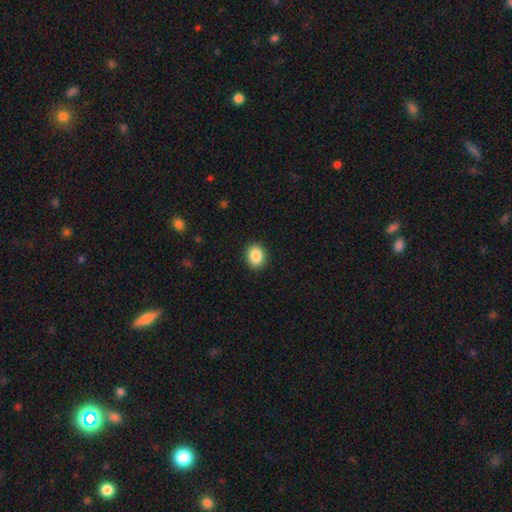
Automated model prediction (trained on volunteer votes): Smooth or featured? smooth (88%)
How rounded? round (51%)
Merging? none (91%)